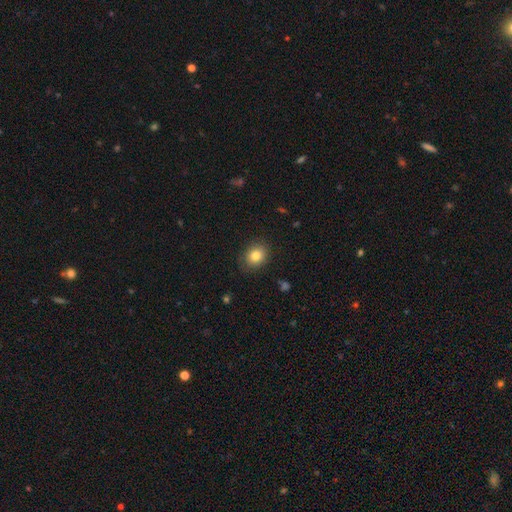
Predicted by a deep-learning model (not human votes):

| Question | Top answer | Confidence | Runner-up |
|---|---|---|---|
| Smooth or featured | smooth | 83% | star or artifact (10%) |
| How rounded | round | 58% | in between (41%) |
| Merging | none | 84% | minor disturbance (12%) |